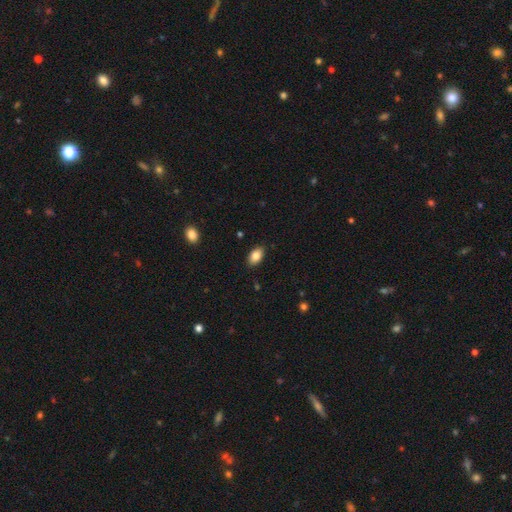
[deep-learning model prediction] A smooth galaxy with no disk features (85%) that is in between round and cigar-shaped (92%).

Vote fractions:
- Smooth or featured? smooth: 85% / star or artifact: 8% / featured or disk: 7%
- How rounded? in between: 92% / round: 6% / cigar-shaped: 2%
- Merging? none: 88% / minor disturbance: 9% / major disturbance: 2% / merger: 1%